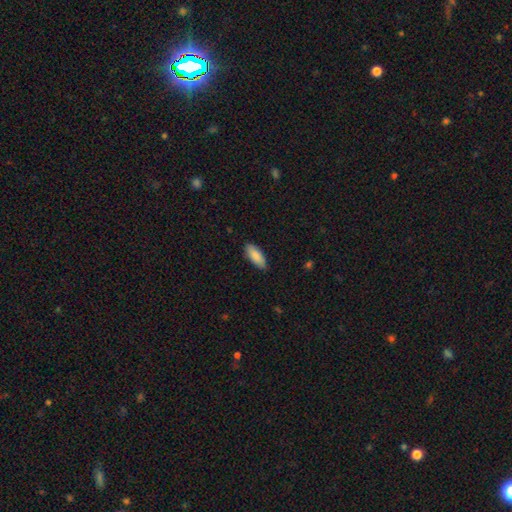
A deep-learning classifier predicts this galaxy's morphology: Smooth or featured?
  - smooth: 88% *
  - featured or disk: 7%
  - star or artifact: 6%
How rounded?
  - in between: 78% *
  - cigar-shaped: 20%
  - round: 2%
Merging?
  - none: 85% *
  - minor disturbance: 12%
  - major disturbance: 2%
  - merger: 1%